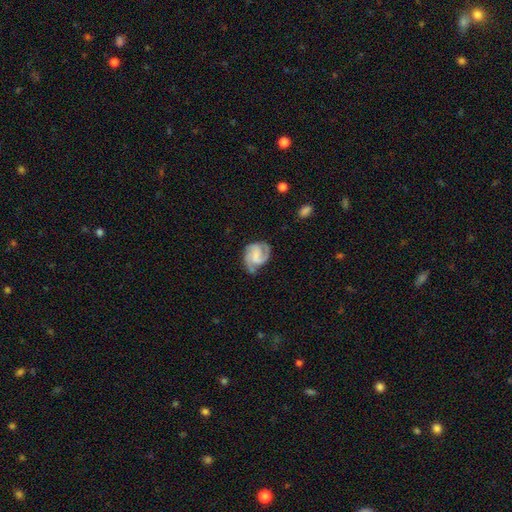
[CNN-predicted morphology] Smooth or featured? featured or disk (76%)
Edge-on disk? no (98%)
Bar? weak (44%)
Spiral arms? yes (95%)
Spiral winding? medium (47%)
Spiral arm count? 2 (58%)
Bulge size? none (46%)
Merging? none (60%)